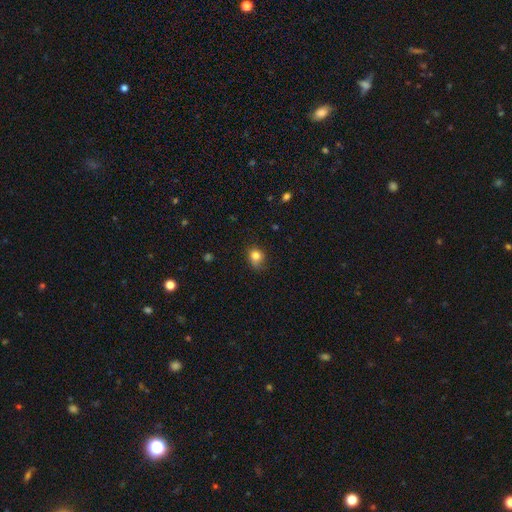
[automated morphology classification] Q: Smooth or featured?
A: smooth (81%); runner-up: star or artifact (11%)
Q: How rounded?
A: round (63%); runner-up: in between (36%)
Q: Merging?
A: none (61%); runner-up: minor disturbance (30%)